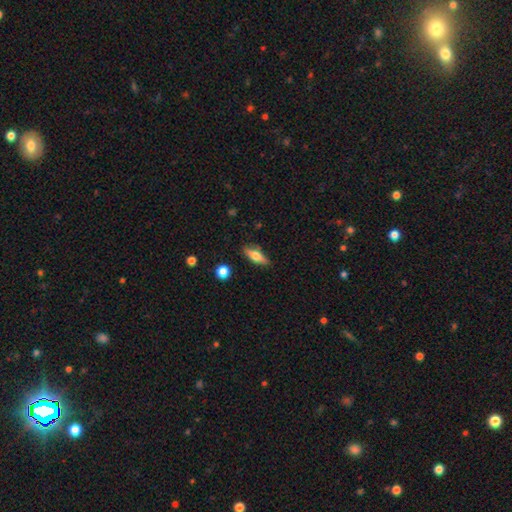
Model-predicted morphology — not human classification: smooth_or_featured: smooth (p=0.60) [alt: featured or disk p=0.33]
how_rounded: in between (p=0.54) [alt: cigar-shaped p=0.42]
merging: none (p=0.82) [alt: minor disturbance p=0.13]